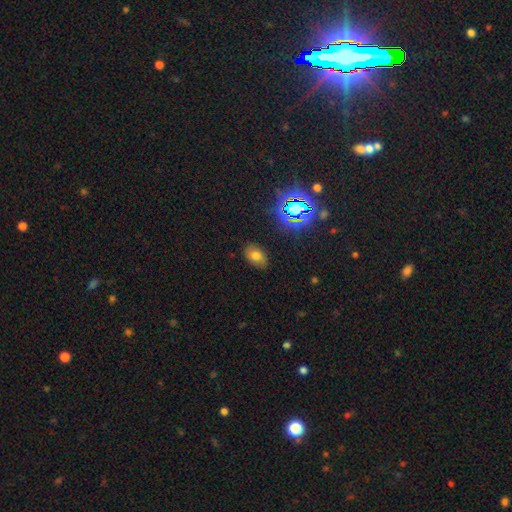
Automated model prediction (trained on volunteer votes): Smooth or featured?
  - smooth: 65% *
  - star or artifact: 20%
  - featured or disk: 15%
How rounded?
  - in between: 82% *
  - round: 17%
  - cigar-shaped: 1%
Merging?
  - none: 83% *
  - minor disturbance: 13%
  - major disturbance: 3%
  - merger: 1%